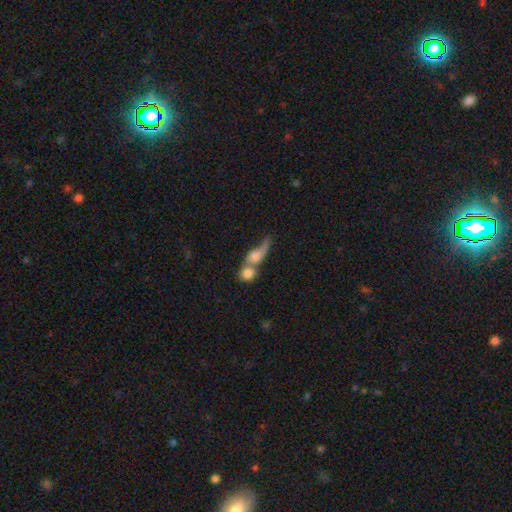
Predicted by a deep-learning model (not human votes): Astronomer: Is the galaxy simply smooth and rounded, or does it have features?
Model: smooth — 60%.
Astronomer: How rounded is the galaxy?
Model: in between — 41% (runner-up: round, 40%).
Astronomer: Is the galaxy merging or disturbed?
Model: merger — 67%.